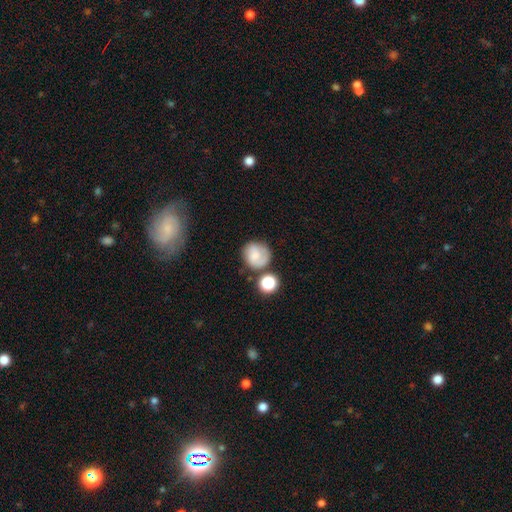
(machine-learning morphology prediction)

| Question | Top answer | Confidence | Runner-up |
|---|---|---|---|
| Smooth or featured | smooth | 56% | featured or disk (34%) |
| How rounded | round | 80% | in between (19%) |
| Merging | none | 59% | minor disturbance (20%) |